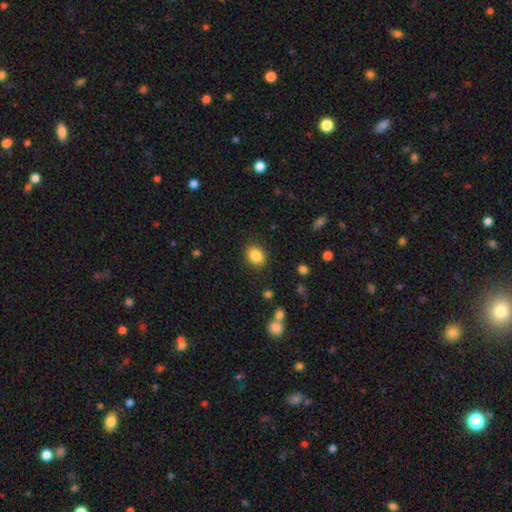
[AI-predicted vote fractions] This appears to be a smooth galaxy with no disk features (86%) that is in between round and cigar-shaped (59%). Merging: none (87%).